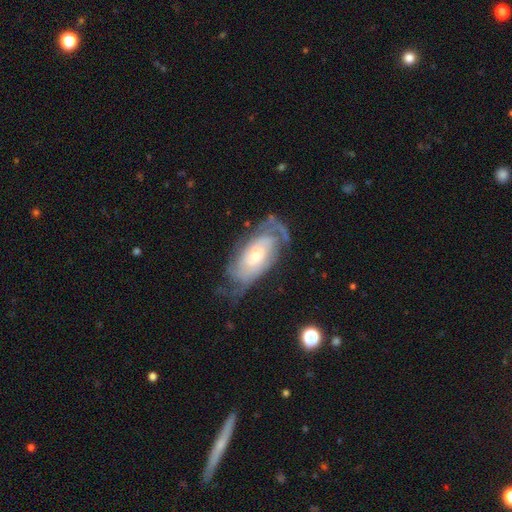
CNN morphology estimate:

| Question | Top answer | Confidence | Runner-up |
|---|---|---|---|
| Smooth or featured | featured or disk | 80% | smooth (14%) |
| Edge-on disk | no | 94% | yes (6%) |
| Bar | no | 63% | weak (31%) |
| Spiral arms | yes | 92% | no (8%) |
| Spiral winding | tight | 55% | medium (33%) |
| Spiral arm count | can't tell | 39% | 2 (34%) |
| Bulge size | small | 43% | moderate (40%) |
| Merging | none | 61% | minor disturbance (21%) |